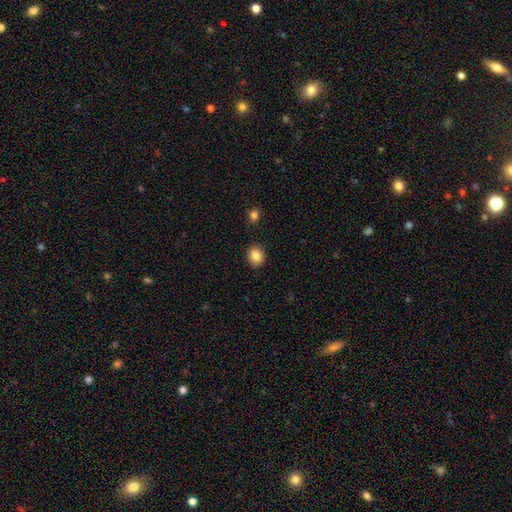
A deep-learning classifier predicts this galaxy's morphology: type=smooth (85%); roundness=round (64%); merging=none (90%).